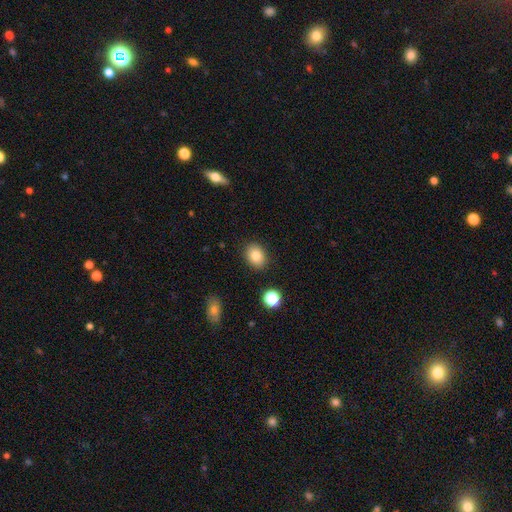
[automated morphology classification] Smooth or featured? Predicted: smooth (p=0.84). How rounded? Predicted: in between (p=0.63). Merging? Predicted: none (p=0.88).